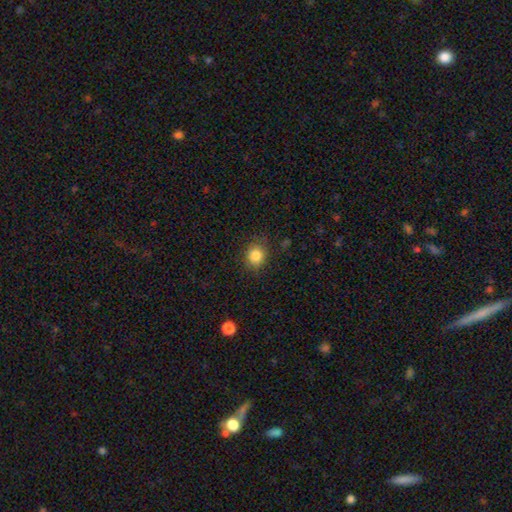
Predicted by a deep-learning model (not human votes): Smooth or featured? Predicted: smooth (p=0.84). How rounded? Predicted: round (p=0.72). Merging? Predicted: none (p=0.84).